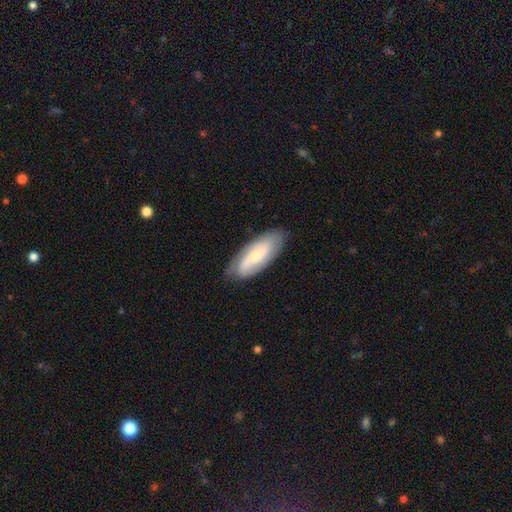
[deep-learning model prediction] Smooth or featured: featured or disk — 64% (smooth — 30%)
Edge-on disk: no — 90% (yes — 10%)
Bar: no — 51% (weak — 37%)
Spiral arms: yes — 89% (no — 11%)
Spiral winding: medium — 41% (tight — 33%)
Spiral arm count: 2 — 70% (can't tell — 19%)
Bulge size: small — 64% (moderate — 30%)
Merging: none — 80% (minor disturbance — 15%)